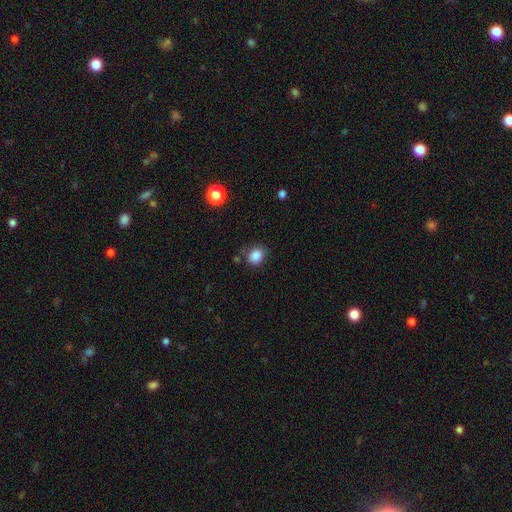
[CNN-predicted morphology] Q: Smooth or featured?
A: smooth (86%); runner-up: star or artifact (10%)
Q: How rounded?
A: round (60%); runner-up: in between (39%)
Q: Merging?
A: none (74%); runner-up: minor disturbance (18%)